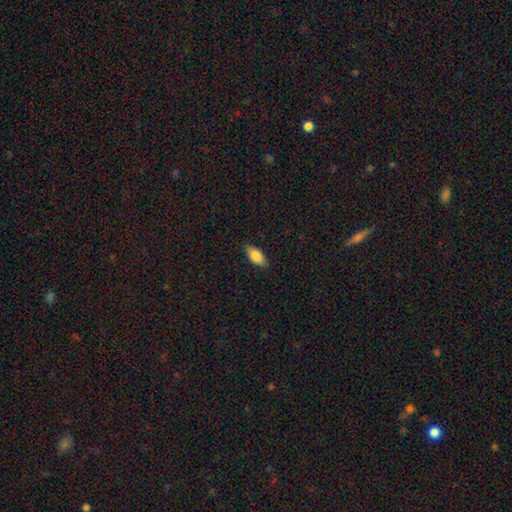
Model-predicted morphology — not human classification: Overall: smooth (82%). How rounded: in between (85%). Merging: none (87%).